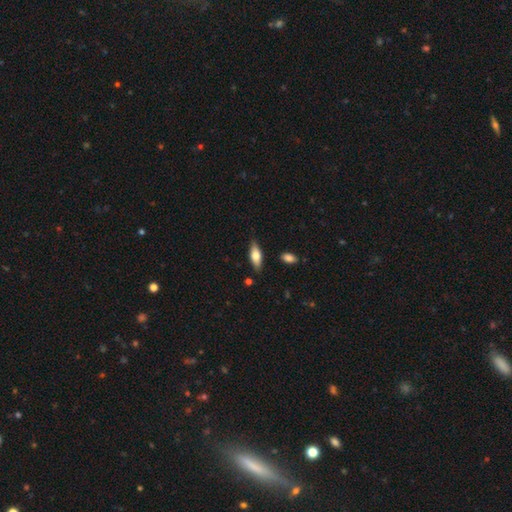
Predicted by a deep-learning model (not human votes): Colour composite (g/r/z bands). It shows a smooth galaxy with no disk features (64%) that is in between round and cigar-shaped (69%). Merging: none (81%).